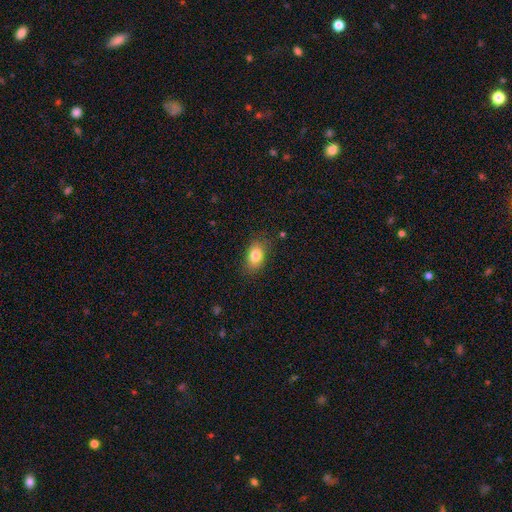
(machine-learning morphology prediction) This is clearly a smooth galaxy (82%). How rounded: clearly in between (84%). Merging: clearly none (82%).